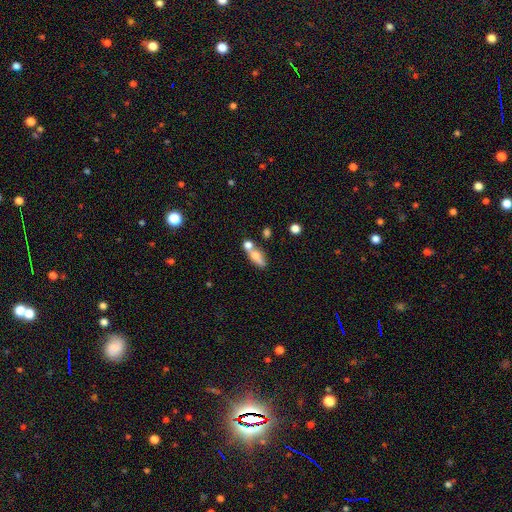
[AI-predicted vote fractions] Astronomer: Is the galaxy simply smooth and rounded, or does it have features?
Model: smooth — 65%.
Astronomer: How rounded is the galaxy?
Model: in between — 61%.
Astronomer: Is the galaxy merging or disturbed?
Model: merger — 44% (runner-up: none, 37%).